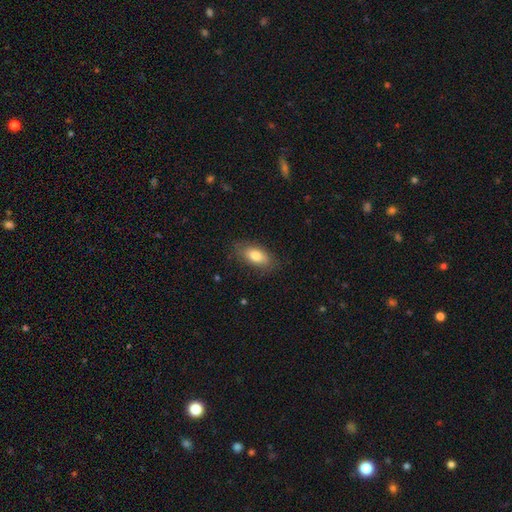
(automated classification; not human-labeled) Q: Smooth or featured?
A: smooth (77%); runner-up: featured or disk (16%)
Q: How rounded?
A: in between (88%); runner-up: cigar-shaped (7%)
Q: Merging?
A: none (79%); runner-up: minor disturbance (16%)